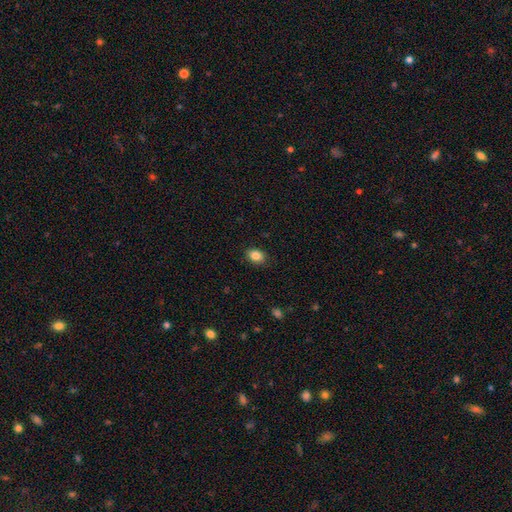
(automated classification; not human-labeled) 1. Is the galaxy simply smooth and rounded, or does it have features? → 86% smooth, 9% star or artifact, 5% featured or disk.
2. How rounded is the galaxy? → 68% in between, 31% round, 1% cigar-shaped.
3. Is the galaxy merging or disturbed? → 87% none, 10% minor disturbance, 2% major disturbance, 1% merger.